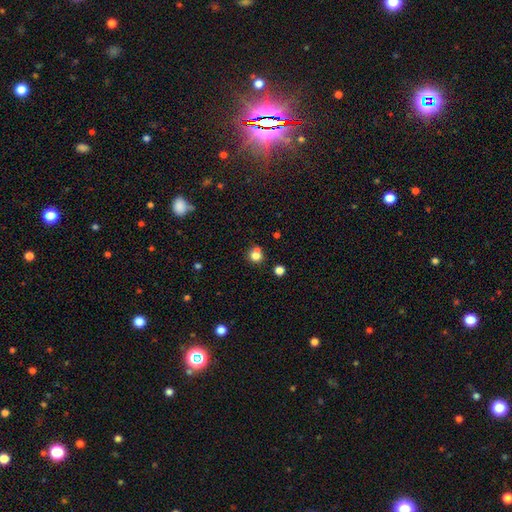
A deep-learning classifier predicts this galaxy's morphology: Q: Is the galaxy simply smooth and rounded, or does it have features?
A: smooth — 77%.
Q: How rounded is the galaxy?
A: round — 84%.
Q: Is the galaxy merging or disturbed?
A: none — 57%.